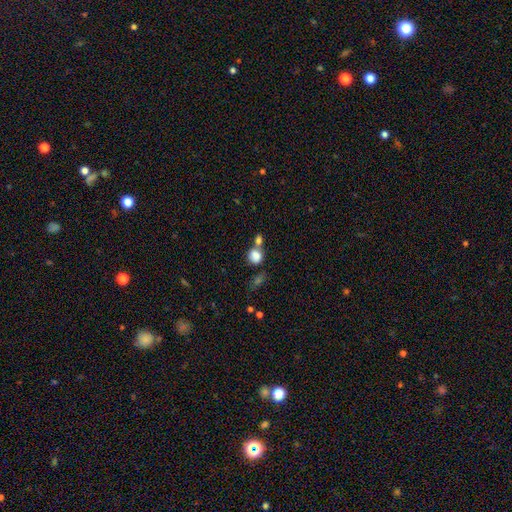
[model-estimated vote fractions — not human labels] This is clearly a smooth galaxy (81%). How rounded: likely round (61%). Merging: possibly merger (45%).